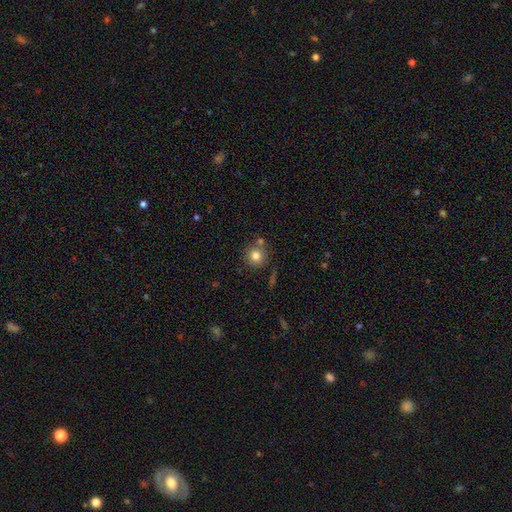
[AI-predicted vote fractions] Smooth or featured? Predicted: smooth (p=0.79). How rounded? Predicted: round (p=0.92). Merging? Predicted: none (p=0.73).